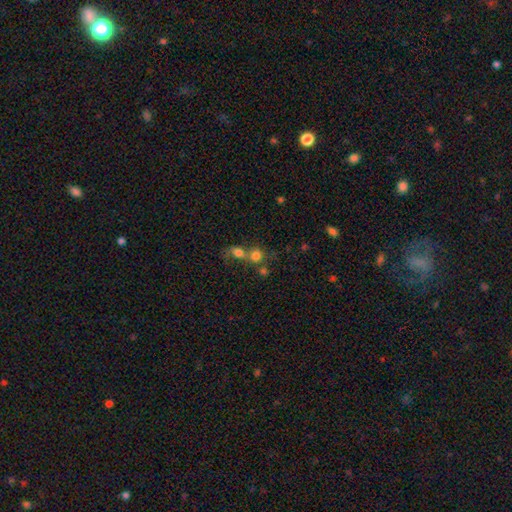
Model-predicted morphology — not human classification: Smooth or featured?
  - smooth: 74% *
  - star or artifact: 13%
  - featured or disk: 13%
How rounded?
  - round: 80% *
  - in between: 19%
  - cigar-shaped: 1%
Merging?
  - merger: 60% *
  - none: 29%
  - minor disturbance: 5%
  - major disturbance: 5%